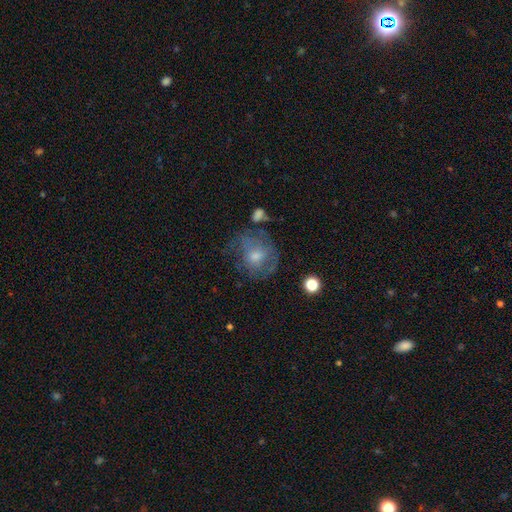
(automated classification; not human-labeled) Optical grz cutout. It shows a featured or disk galaxy (52%). Merging: none (52%).